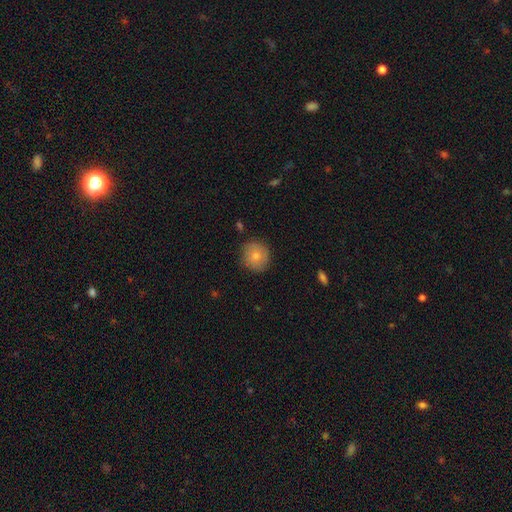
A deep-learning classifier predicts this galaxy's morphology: smooth-or-featured: smooth: 79% | featured or disk: 13% | star or artifact: 7%
  how-rounded: round: 92% | in between: 7% | cigar-shaped: 1%
  merging: none: 83% | minor disturbance: 13% | major disturbance: 3% | merger: 1%